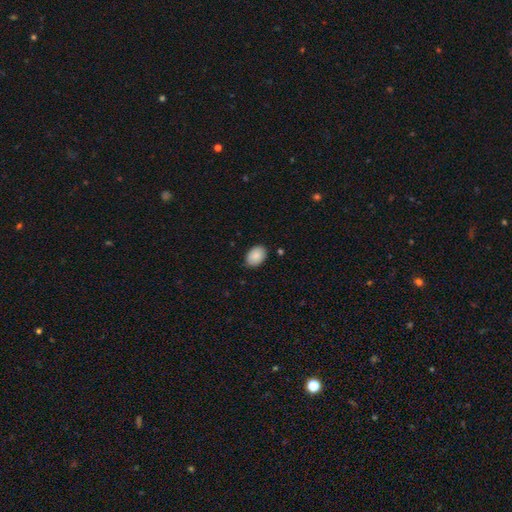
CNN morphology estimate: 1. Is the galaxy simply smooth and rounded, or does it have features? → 90% smooth, 7% star or artifact, 4% featured or disk.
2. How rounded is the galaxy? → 82% in between, 17% round, 1% cigar-shaped.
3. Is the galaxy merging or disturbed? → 83% none, 13% minor disturbance, 2% major disturbance, 1% merger.